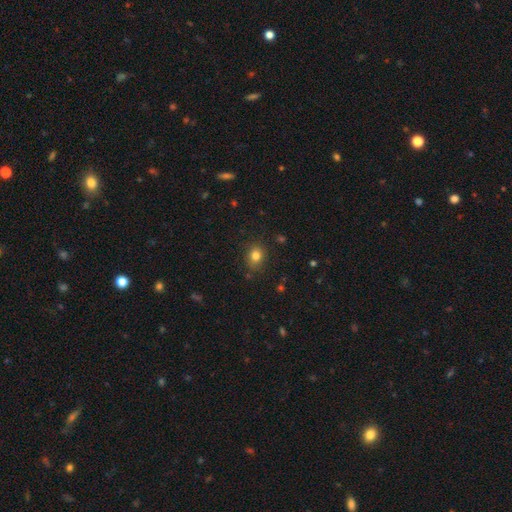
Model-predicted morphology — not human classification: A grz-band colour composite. It shows a smooth galaxy with no disk features (80%) that is round (66%). Merging: none (82%).